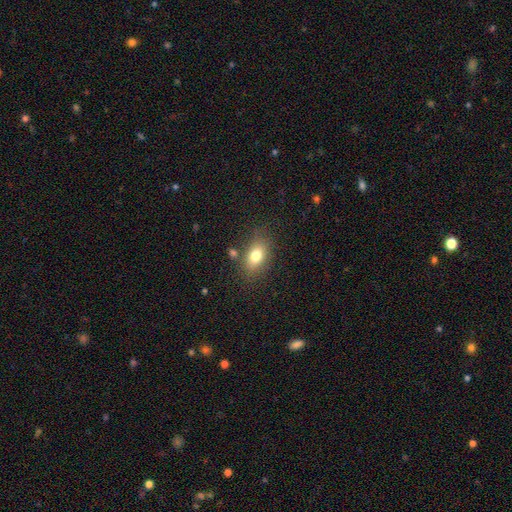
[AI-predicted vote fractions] Overall: smooth (77%). How rounded: in between (82%). Merging: none (76%).